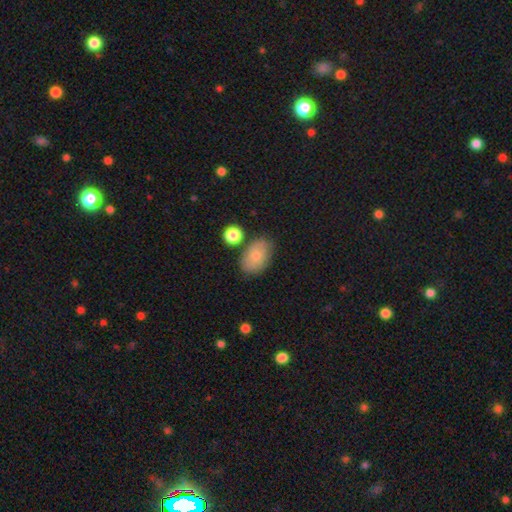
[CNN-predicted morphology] Q: Smooth or featured?
A: smooth (78%); runner-up: featured or disk (15%)
Q: How rounded?
A: in between (87%); runner-up: round (12%)
Q: Merging?
A: none (71%); runner-up: minor disturbance (18%)